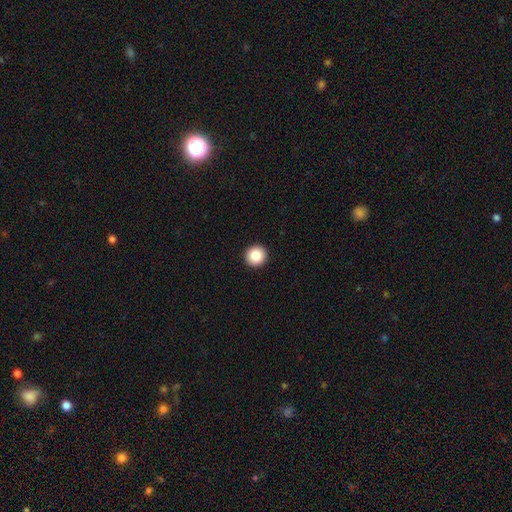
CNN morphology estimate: smooth 86%, star or artifact 9%, featured or disk 5%. Down the decision tree: how rounded — round (96%); merging — none (94%).